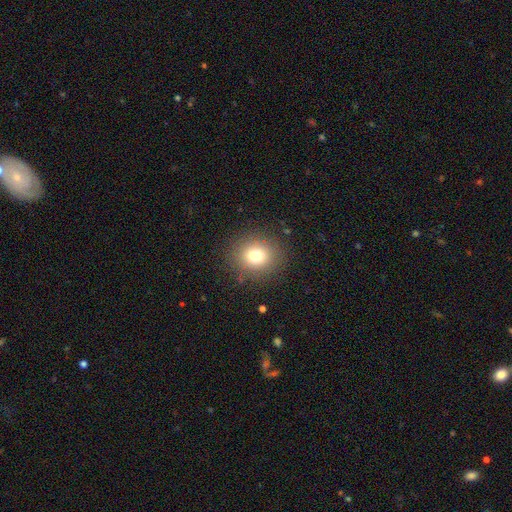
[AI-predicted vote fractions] Morphology: type=smooth (76%); roundness=round (82%); merging=none (87%).